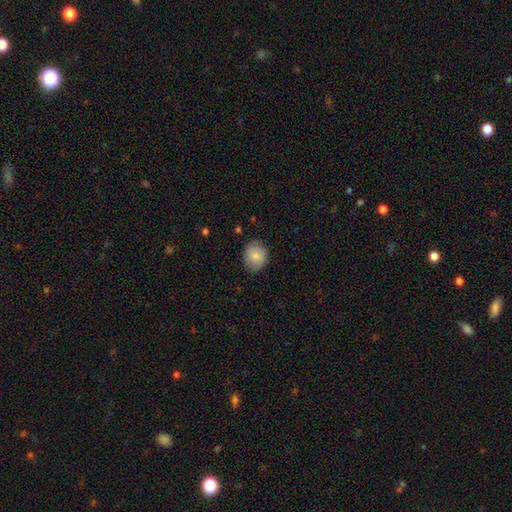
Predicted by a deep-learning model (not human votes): smooth 83%, featured or disk 10%, star or artifact 7%. Down the decision tree: how rounded — round (62%); merging — none (81%).